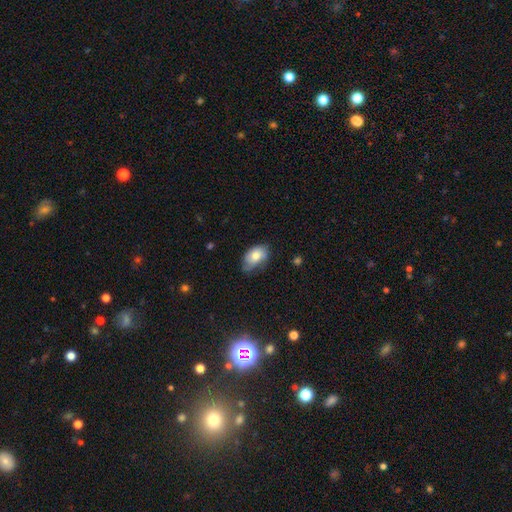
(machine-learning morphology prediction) A smooth galaxy with no disk features (76%) that is in between round and cigar-shaped (90%).

Vote fractions:
- Smooth or featured? smooth: 76% / featured or disk: 16% / star or artifact: 7%
- How rounded? in between: 90% / round: 9% / cigar-shaped: 1%
- Merging? none: 53% / minor disturbance: 36% / major disturbance: 8% / merger: 2%